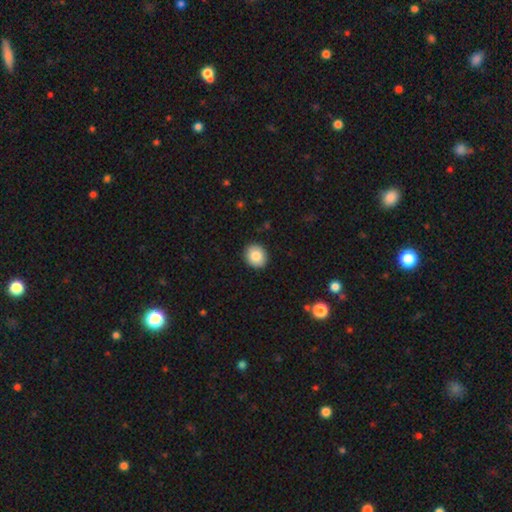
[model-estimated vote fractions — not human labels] This is clearly a smooth galaxy (85%). How rounded: likely round (66%). Merging: clearly none (91%).